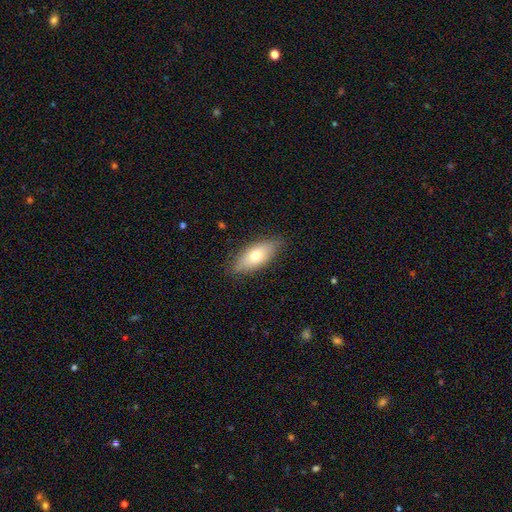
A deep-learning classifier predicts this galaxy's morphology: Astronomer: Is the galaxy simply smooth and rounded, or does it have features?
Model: smooth — 68%.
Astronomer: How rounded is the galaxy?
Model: in between — 82%.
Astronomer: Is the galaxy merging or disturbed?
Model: none — 81%.